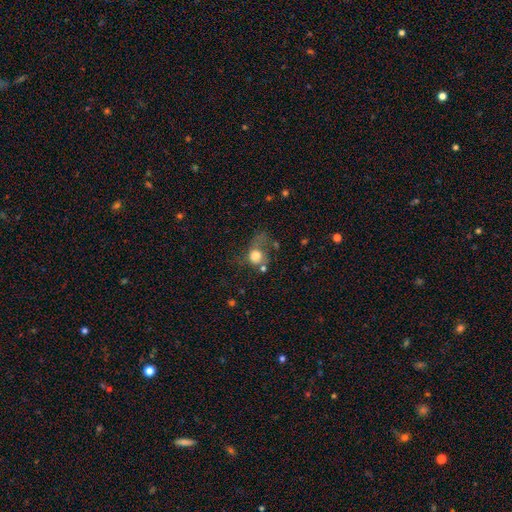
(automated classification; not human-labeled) Overall: smooth (72%). How rounded: round (67%; in between 32%). Merging: major disturbance (41%; none 25%).